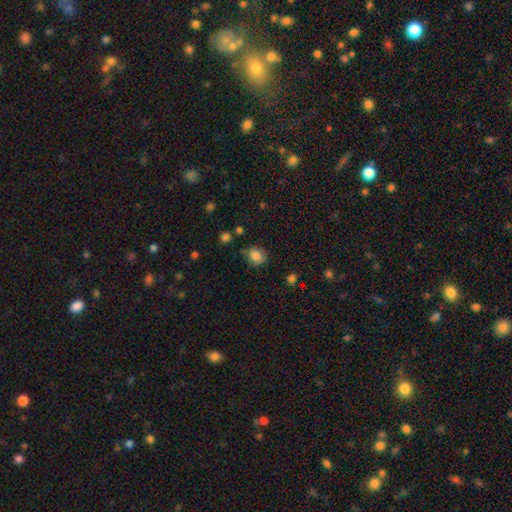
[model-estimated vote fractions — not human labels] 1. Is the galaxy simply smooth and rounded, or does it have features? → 84% smooth, 11% star or artifact, 6% featured or disk.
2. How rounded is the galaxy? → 61% round, 38% in between, 1% cigar-shaped.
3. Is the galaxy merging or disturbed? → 73% none, 19% minor disturbance, 5% major disturbance, 3% merger.